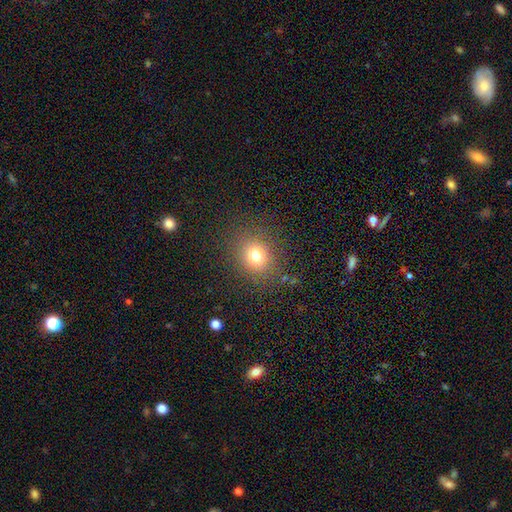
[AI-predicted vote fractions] This appears to be a smooth galaxy with no disk features (75%) that is round (70%). Merging: none (85%).